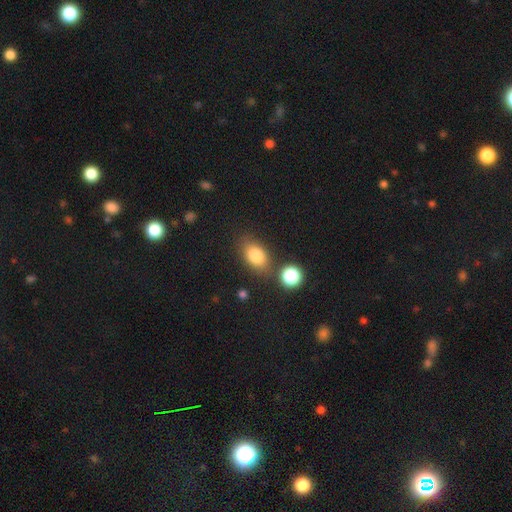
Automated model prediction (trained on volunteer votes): Smooth or featured? Predicted: smooth (p=0.82). How rounded? Predicted: in between (p=0.82). Merging? Predicted: none (p=0.71).